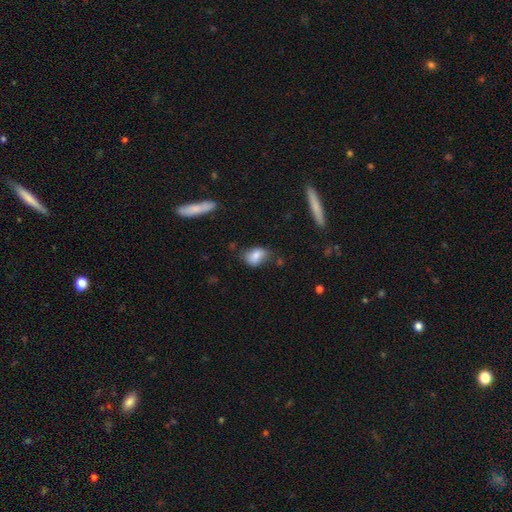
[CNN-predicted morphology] This is likely a smooth galaxy (80%). How rounded: clearly in between (81%). Merging: possibly none (56%).